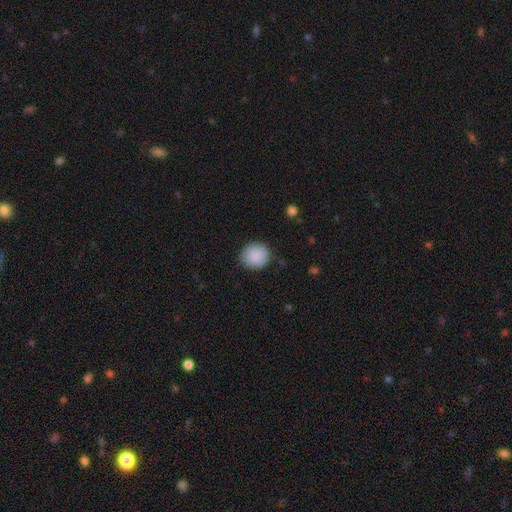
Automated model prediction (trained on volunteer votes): smooth 89%, star or artifact 7%, featured or disk 4%. Down the decision tree: how rounded — round (85%); merging — none (87%).